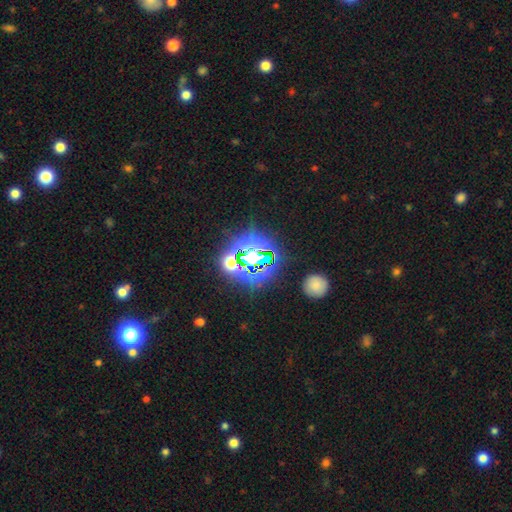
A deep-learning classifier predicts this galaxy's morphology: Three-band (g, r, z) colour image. It shows a star or artifact, not a galaxy (73%).